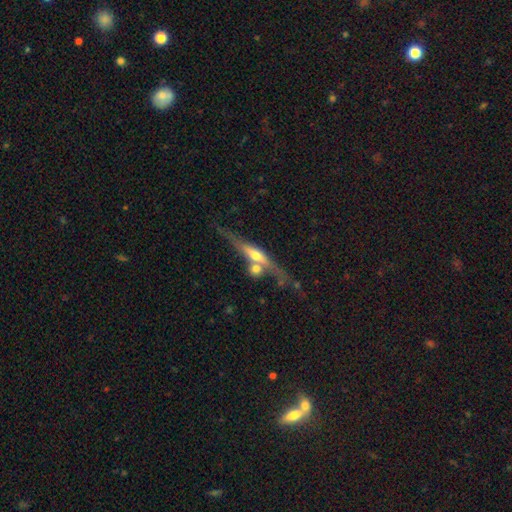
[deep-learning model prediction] Smooth or featured? Predicted: featured or disk (p=0.72). Edge-on disk? Predicted: yes (p=0.92). Edge-on bulge? Predicted: rounded (p=0.88). Merging? Predicted: none (p=0.54).